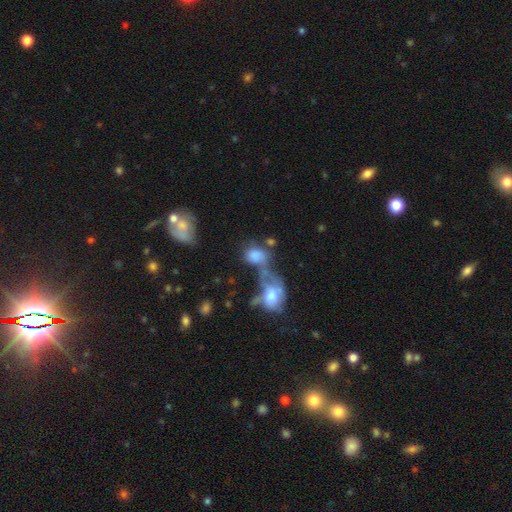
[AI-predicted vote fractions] Morphology: type=smooth (70%); roundness=in between (65%); merging=merger (59%).